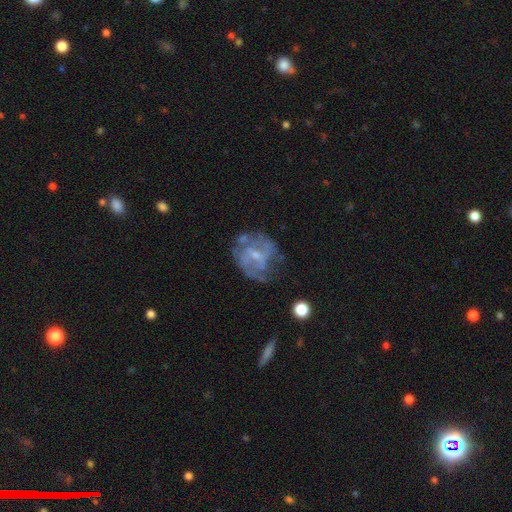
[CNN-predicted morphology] type=featured or disk (73%); edge-on=no (97%); bar=weak (49%); spiral arms=yes (65%); bulge=small (59%); merging=none (49%).